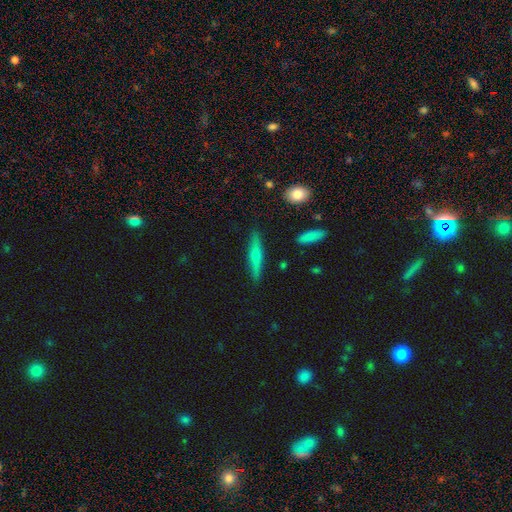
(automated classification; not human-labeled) Overall: smooth (50%; featured or disk 44%). Merging: none (87%).